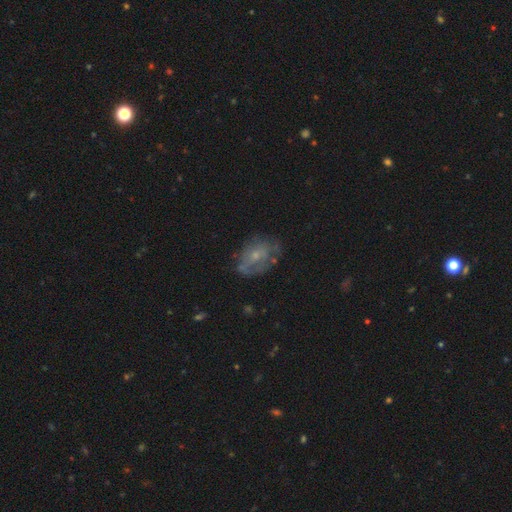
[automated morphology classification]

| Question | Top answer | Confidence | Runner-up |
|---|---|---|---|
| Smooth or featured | featured or disk | 53% | smooth (37%) |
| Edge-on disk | no | 96% | yes (4%) |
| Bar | no | 78% | weak (19%) |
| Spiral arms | no | 57% | yes (43%) |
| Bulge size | small | 63% | moderate (28%) |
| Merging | none | 53% | minor disturbance (27%) |